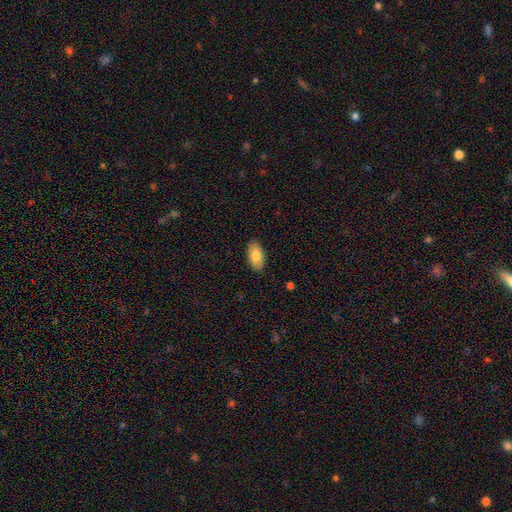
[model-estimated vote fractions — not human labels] This is clearly a smooth galaxy (81%). How rounded: clearly in between (94%). Merging: clearly none (88%).